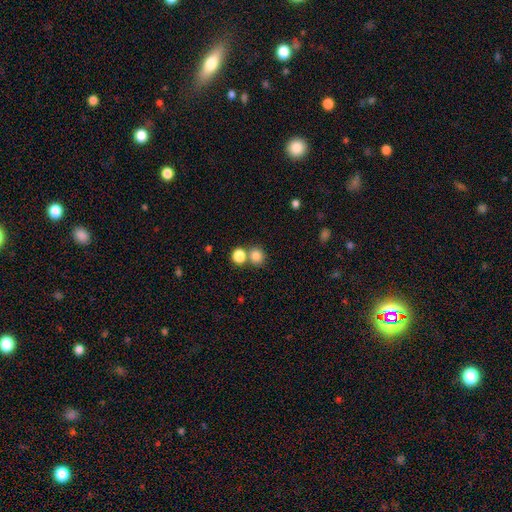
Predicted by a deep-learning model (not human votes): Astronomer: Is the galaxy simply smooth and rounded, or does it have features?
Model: smooth — 83%.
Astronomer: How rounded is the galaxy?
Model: round — 85%.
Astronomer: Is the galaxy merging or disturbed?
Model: none — 61%.